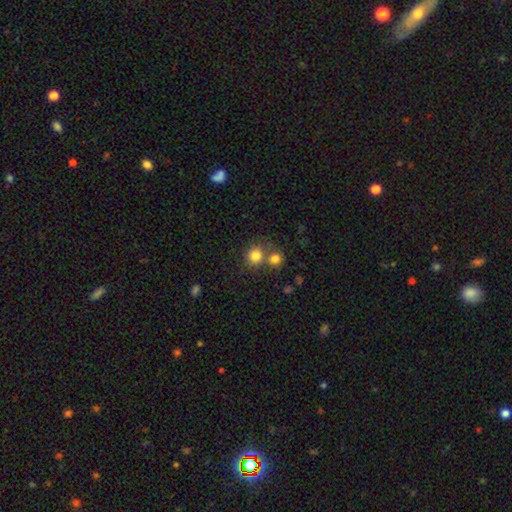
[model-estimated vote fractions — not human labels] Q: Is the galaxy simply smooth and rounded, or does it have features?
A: smooth — 81%.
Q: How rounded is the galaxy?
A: round — 86%.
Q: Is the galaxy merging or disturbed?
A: none — 55%.